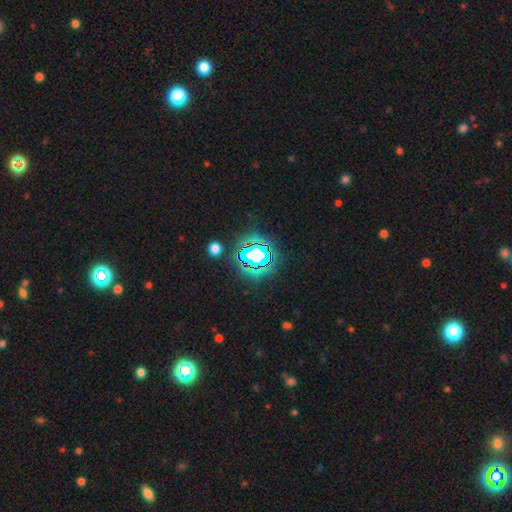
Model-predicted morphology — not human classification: This appears to be a star or artifact, not a galaxy (80%).